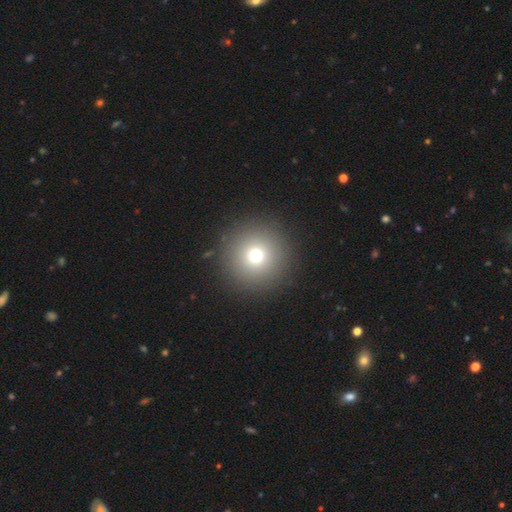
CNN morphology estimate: smooth 73%, star or artifact 17%, featured or disk 11%. Down the decision tree: how rounded — round (97%); merging — none (92%).